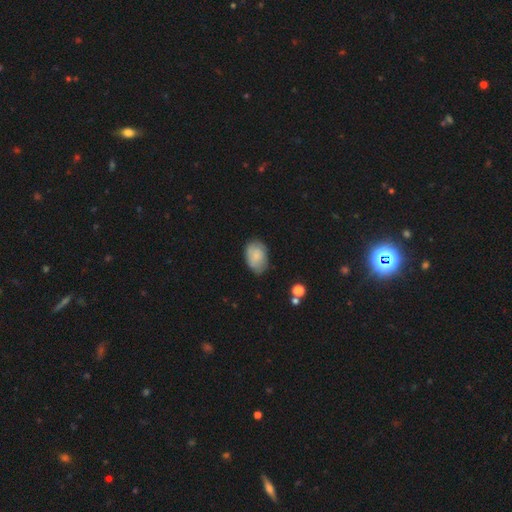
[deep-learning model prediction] smooth_or_featured: smooth (p=0.75) [alt: featured or disk p=0.18]
how_rounded: in between (p=0.87) [alt: round p=0.12]
merging: none (p=0.69) [alt: minor disturbance p=0.24]